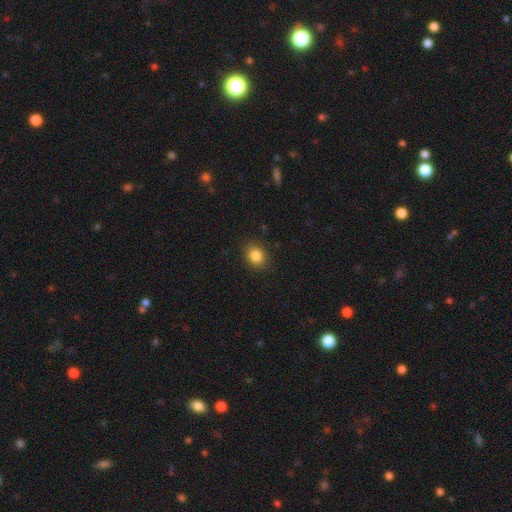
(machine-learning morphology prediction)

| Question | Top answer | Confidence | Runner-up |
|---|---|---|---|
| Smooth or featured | smooth | 85% | star or artifact (10%) |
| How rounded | round | 60% | in between (39%) |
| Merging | none | 87% | minor disturbance (9%) |